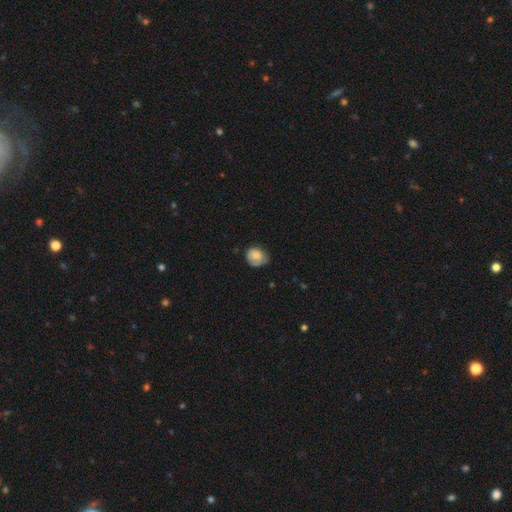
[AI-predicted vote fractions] Q: Smooth or featured?
A: smooth (72%); runner-up: featured or disk (21%)
Q: How rounded?
A: round (57%); runner-up: in between (42%)
Q: Merging?
A: none (51%); runner-up: minor disturbance (35%)